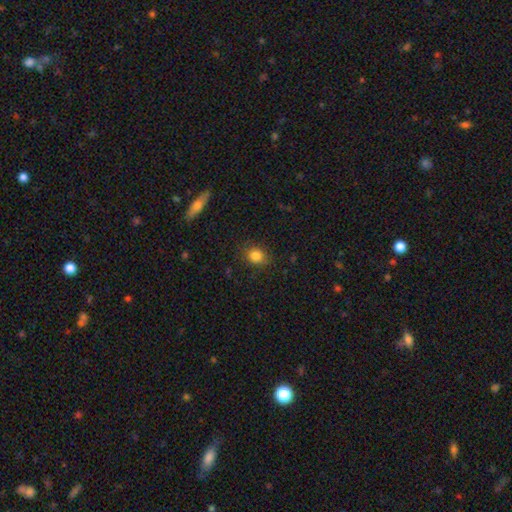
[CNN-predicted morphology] This appears to be a smooth galaxy with no disk features (83%) that is round (68%). Merging: none (85%).